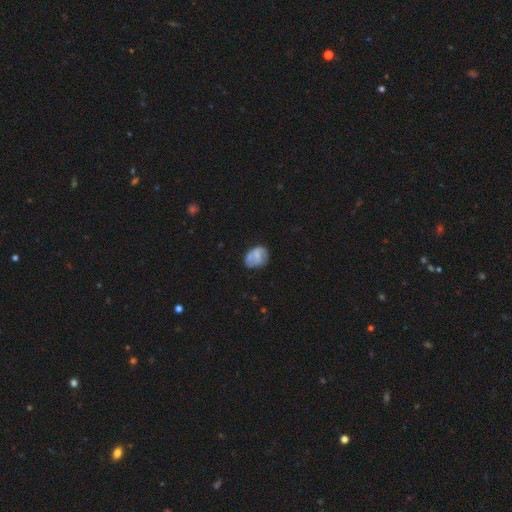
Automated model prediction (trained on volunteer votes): smooth_or_featured: smooth (p=0.50) [alt: featured or disk p=0.41]
how_rounded: in between (p=0.62) [alt: round p=0.37]
merging: none (p=0.57) [alt: minor disturbance p=0.28]